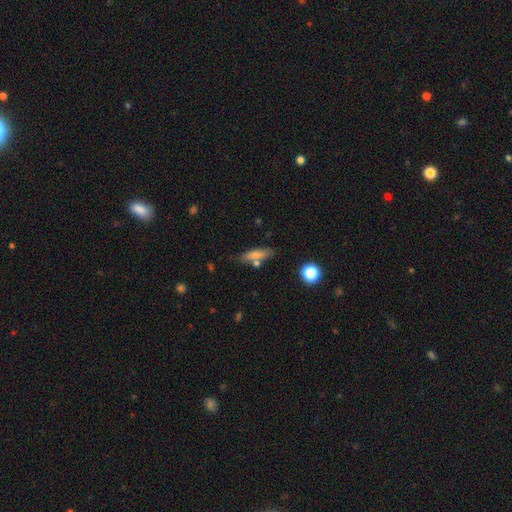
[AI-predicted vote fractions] Smooth or featured: smooth — 68% (featured or disk — 24%)
How rounded: cigar-shaped — 60% (in between — 37%)
Merging: none — 71% (minor disturbance — 14%)